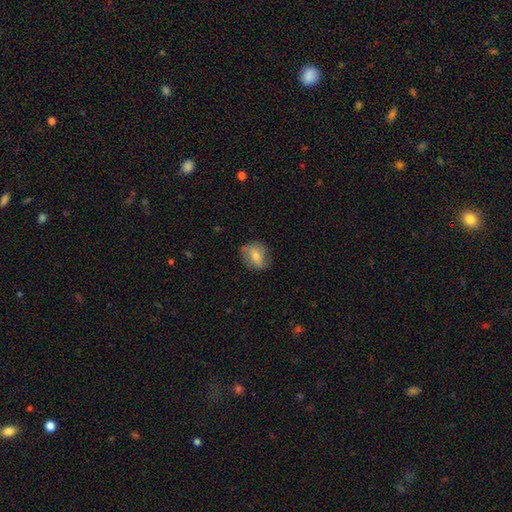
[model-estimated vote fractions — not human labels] smooth-or-featured: smooth: 56% | featured or disk: 35% | star or artifact: 8%
  how-rounded: round: 51% | in between: 46% | cigar-shaped: 3%
  merging: none: 75% | minor disturbance: 19% | major disturbance: 5% | merger: 1%